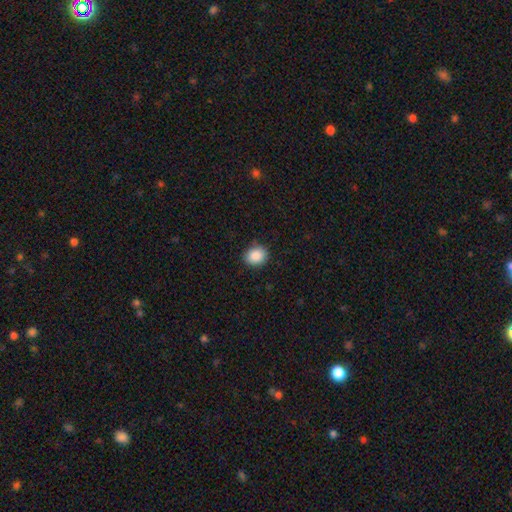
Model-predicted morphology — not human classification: smooth-or-featured: smooth: 88% | star or artifact: 8% | featured or disk: 4%
  how-rounded: round: 62% | in between: 37% | cigar-shaped: 1%
  merging: none: 84% | minor disturbance: 12% | major disturbance: 3% | merger: 1%